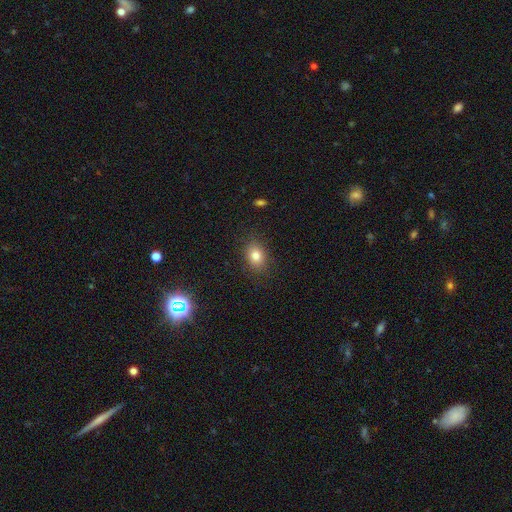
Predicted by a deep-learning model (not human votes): Overall: smooth (81%). How rounded: in between (66%; round 33%). Merging: none (86%).